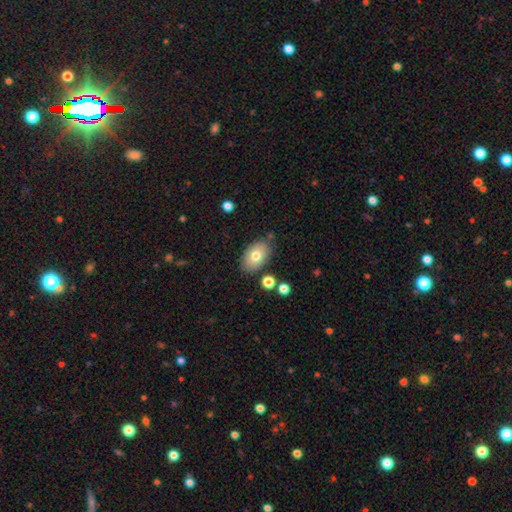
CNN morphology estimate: This appears to be a smooth galaxy with no disk features (74%) that is in between round and cigar-shaped (89%). Merging: none (80%).